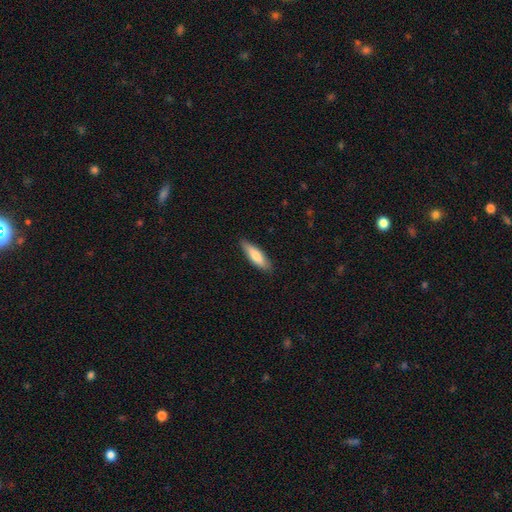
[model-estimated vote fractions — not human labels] Smooth or featured? Predicted: smooth (p=0.77). How rounded? Predicted: cigar-shaped (p=0.58). Merging? Predicted: none (p=0.86).